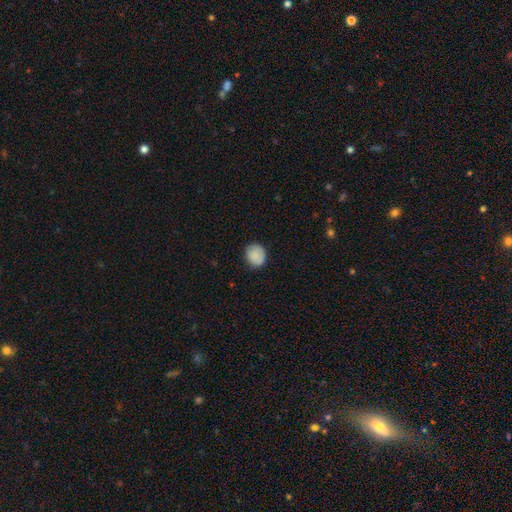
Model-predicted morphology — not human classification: Smooth or featured? Predicted: smooth (p=0.87). How rounded? Predicted: round (p=0.74). Merging? Predicted: none (p=0.83).